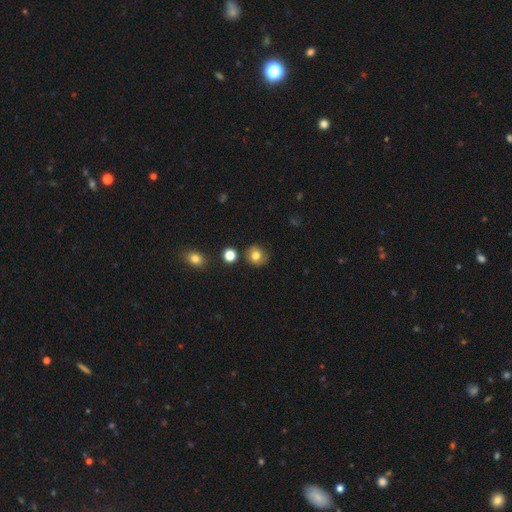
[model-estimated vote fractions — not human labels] Smooth or featured?
  - smooth: 78% *
  - star or artifact: 12%
  - featured or disk: 10%
How rounded?
  - round: 85% *
  - in between: 14%
  - cigar-shaped: 1%
Merging?
  - none: 81% *
  - minor disturbance: 12%
  - merger: 4%
  - major disturbance: 3%